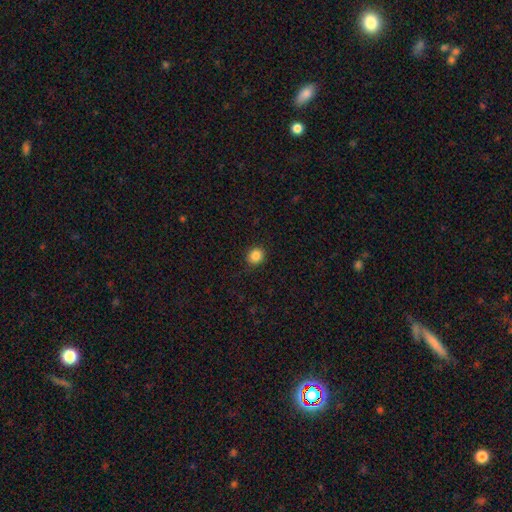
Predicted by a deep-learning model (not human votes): Morphology: type=smooth (86%); roundness=round (82%); merging=none (90%).